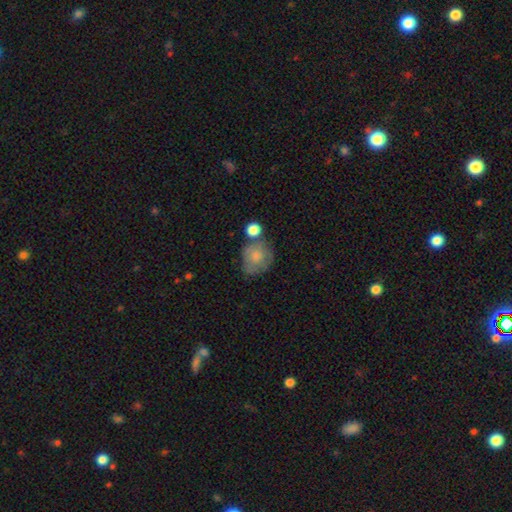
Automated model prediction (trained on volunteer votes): This appears to be a smooth galaxy with no disk features (71%) that is round (69%). Merging: none (48%).